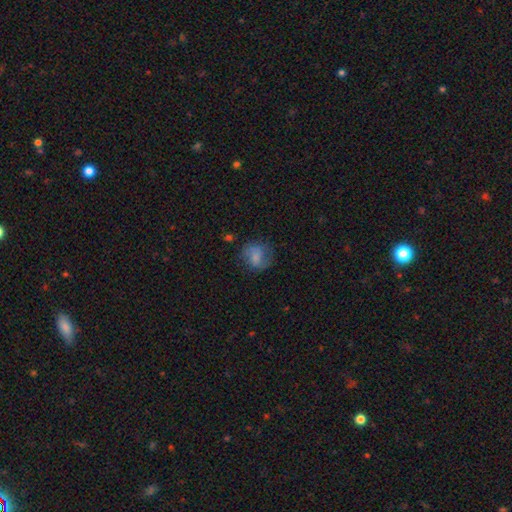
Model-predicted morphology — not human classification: This is likely a smooth galaxy (64%). How rounded: likely round (66%). Merging: possibly none (60%).